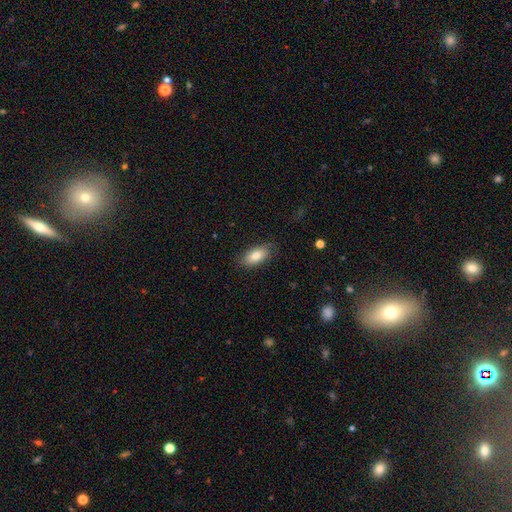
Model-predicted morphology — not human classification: Q: Smooth or featured?
A: smooth (83%); runner-up: featured or disk (10%)
Q: How rounded?
A: in between (90%); runner-up: cigar-shaped (7%)
Q: Merging?
A: none (80%); runner-up: minor disturbance (15%)